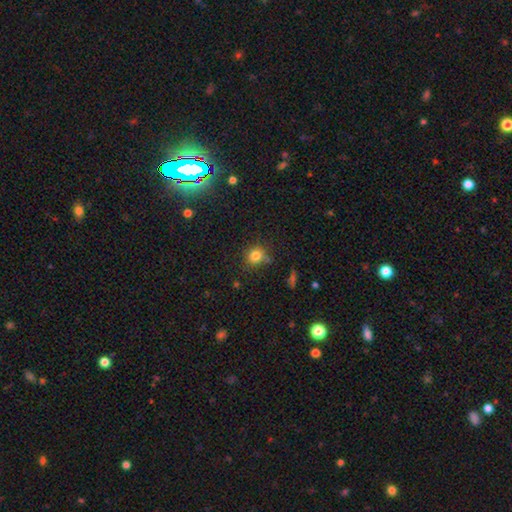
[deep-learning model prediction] Morphology: type=smooth (79%); roundness=round (81%); merging=none (74%).